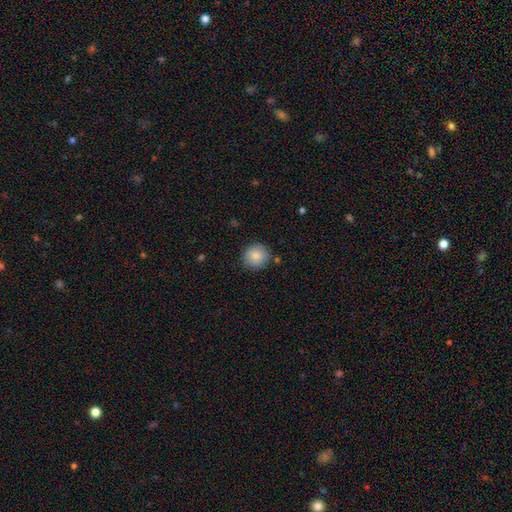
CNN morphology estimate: A smooth galaxy with no disk features (85%) that is round (93%). Merging: none (86%).